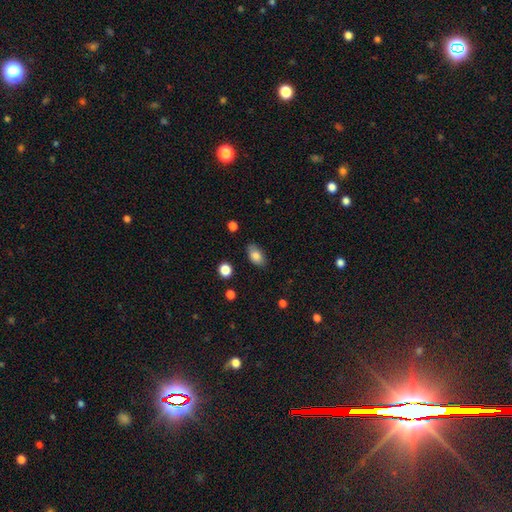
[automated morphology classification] Smooth or featured?
  - smooth: 82% *
  - featured or disk: 9%
  - star or artifact: 8%
How rounded?
  - in between: 90% *
  - round: 7%
  - cigar-shaped: 3%
Merging?
  - none: 81% *
  - minor disturbance: 14%
  - major disturbance: 3%
  - merger: 2%